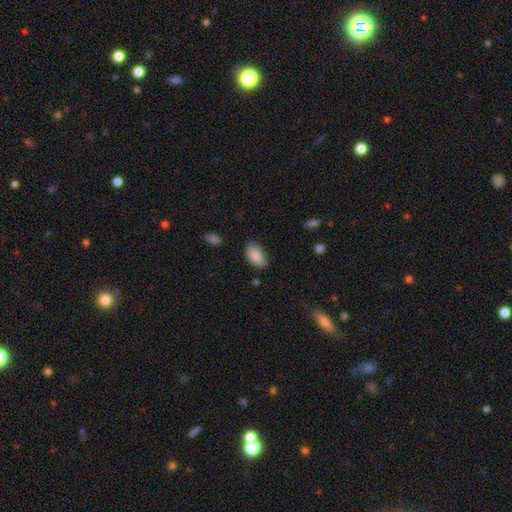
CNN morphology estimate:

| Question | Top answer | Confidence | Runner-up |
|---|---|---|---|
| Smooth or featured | smooth | 88% | star or artifact (7%) |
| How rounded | in between | 94% | round (4%) |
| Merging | none | 78% | minor disturbance (17%) |